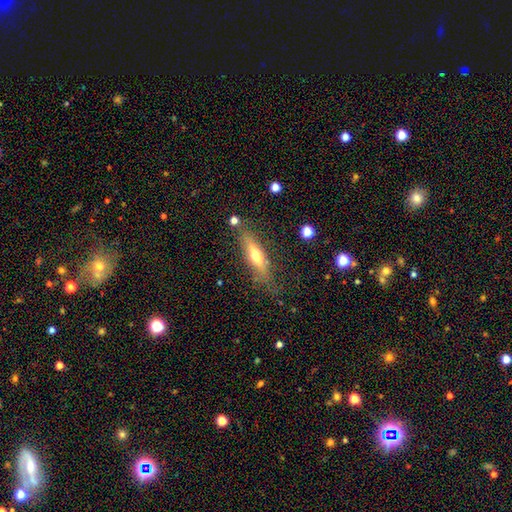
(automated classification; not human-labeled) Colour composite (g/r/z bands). It shows a featured or disk galaxy (51%) viewed edge-on (84%). Merging: none (73%).